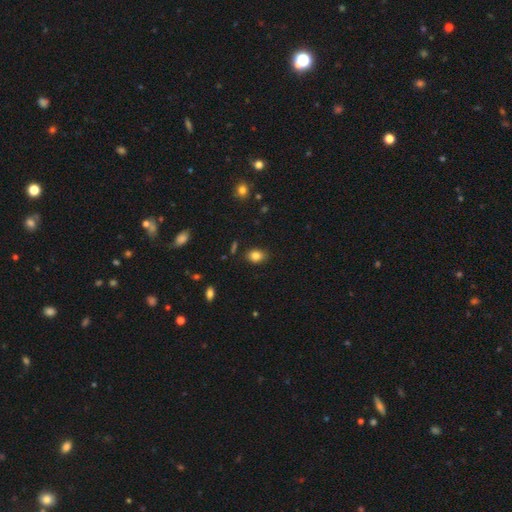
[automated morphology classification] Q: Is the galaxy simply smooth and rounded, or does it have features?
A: smooth — 83%.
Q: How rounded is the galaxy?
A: in between — 66%.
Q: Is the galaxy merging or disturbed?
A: none — 83%.